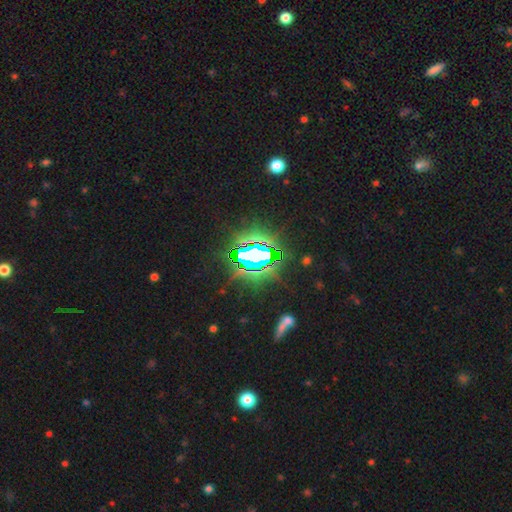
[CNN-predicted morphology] Smooth or featured: star or artifact — 78% (smooth — 11%)